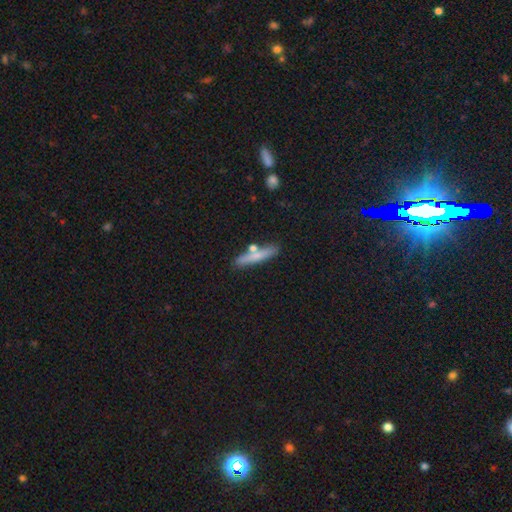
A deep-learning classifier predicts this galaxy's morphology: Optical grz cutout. It shows a smooth galaxy with no disk features (70%) that is cigar-shaped (89%). Merging: none (77%).